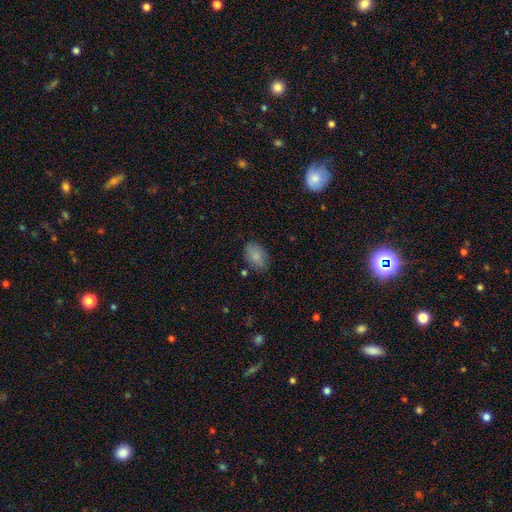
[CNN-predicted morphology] This appears to be a smooth galaxy with no disk features (86%) that is in between round and cigar-shaped (88%). Merging: none (79%).